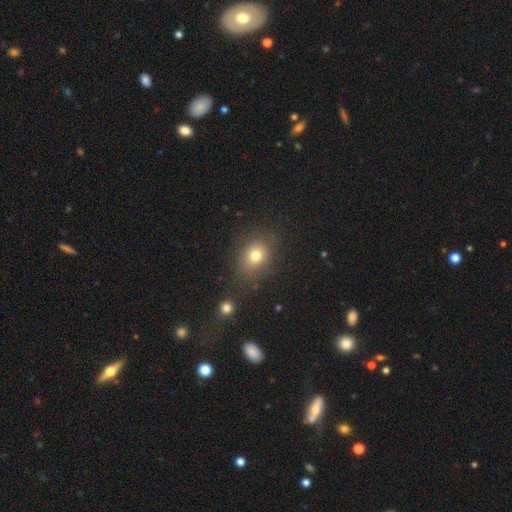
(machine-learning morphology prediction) Overall: smooth (76%). How rounded: round (54%; in between 45%). Merging: none (76%).